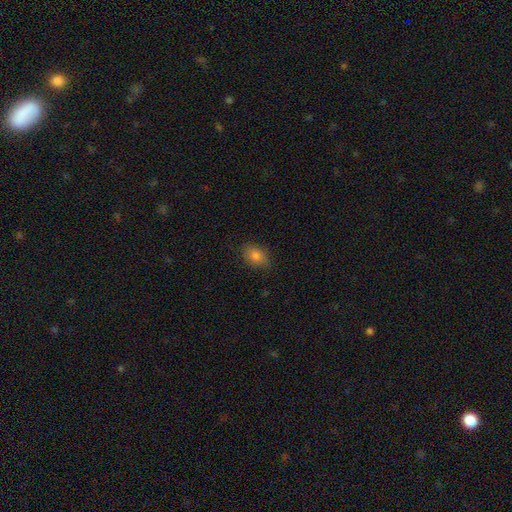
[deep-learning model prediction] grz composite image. It shows a smooth galaxy with no disk features (81%) that is in between round and cigar-shaped (79%). Merging: none (81%).